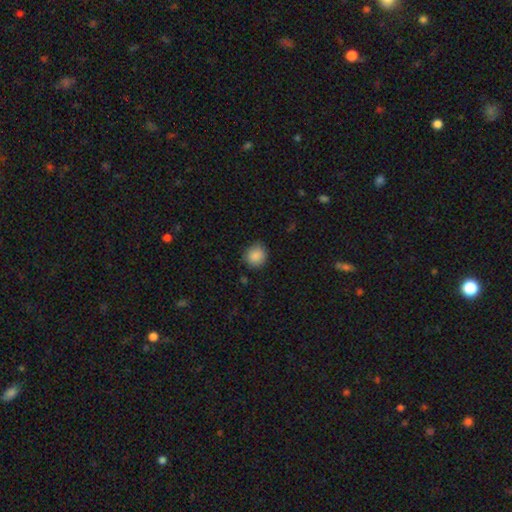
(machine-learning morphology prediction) smooth 88%, star or artifact 9%, featured or disk 4%. Down the decision tree: how rounded — round (88%); merging — none (82%).